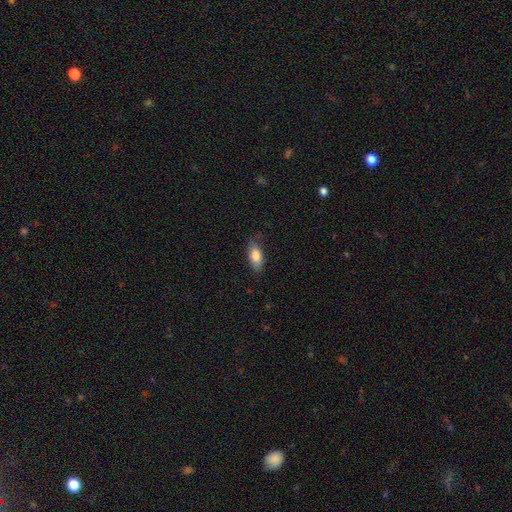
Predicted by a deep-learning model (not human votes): The model was most divided on "merging": none: 74%, minor disturbance: 20%, major disturbance: 5%, merger: 1%. More confident: how rounded — in between (85%); smooth or featured — smooth (83%).